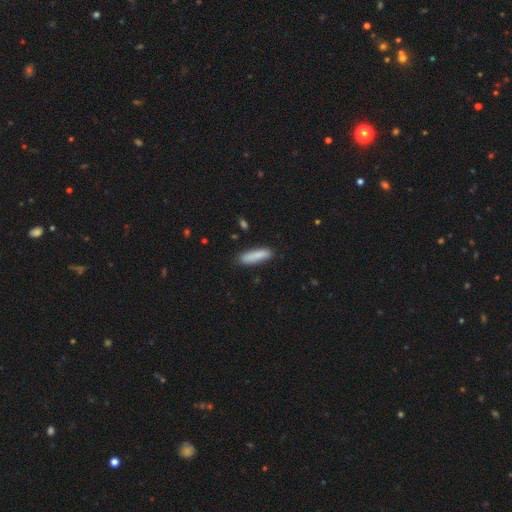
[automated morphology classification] Q: Smooth or featured?
A: smooth (85%); runner-up: featured or disk (9%)
Q: How rounded?
A: cigar-shaped (70%); runner-up: in between (29%)
Q: Merging?
A: none (85%); runner-up: minor disturbance (11%)